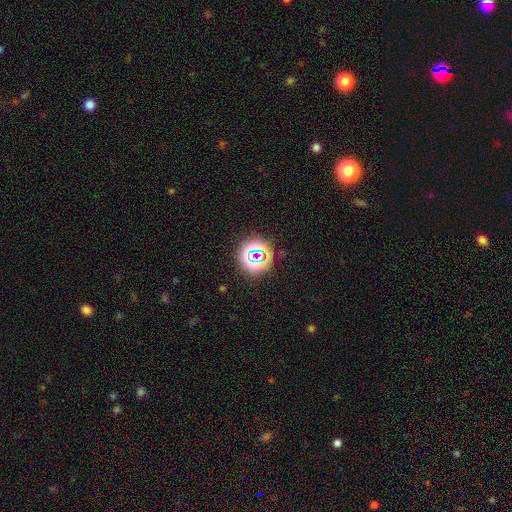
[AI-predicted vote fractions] Smooth or featured?
  - star or artifact: 67% *
  - smooth: 22%
  - featured or disk: 10%